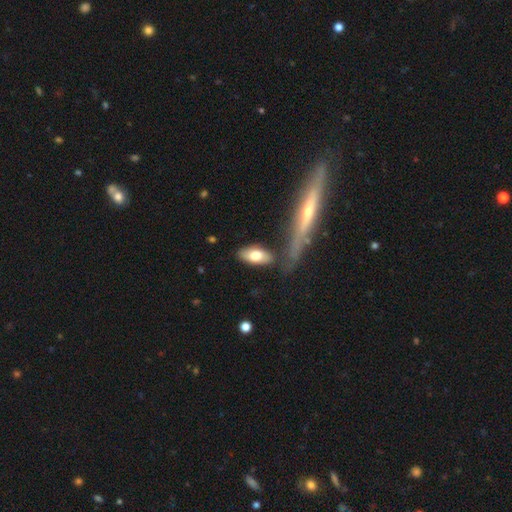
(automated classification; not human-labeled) Q: Smooth or featured?
A: smooth (74%); runner-up: featured or disk (20%)
Q: How rounded?
A: in between (88%); runner-up: cigar-shaped (10%)
Q: Merging?
A: none (73%); runner-up: minor disturbance (14%)